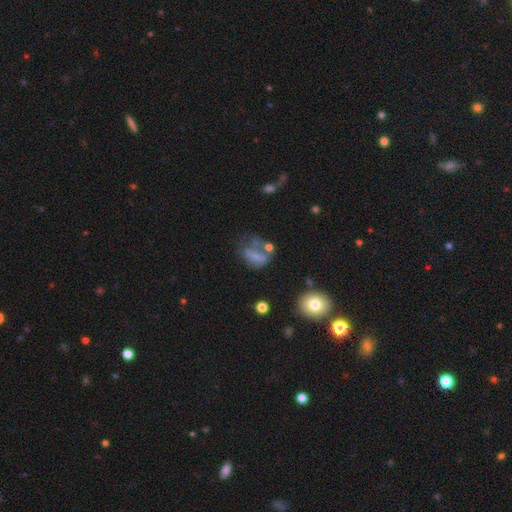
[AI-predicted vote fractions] smooth 46%, featured or disk 37%, star or artifact 17%. Down the decision tree: merging — major disturbance (35%).